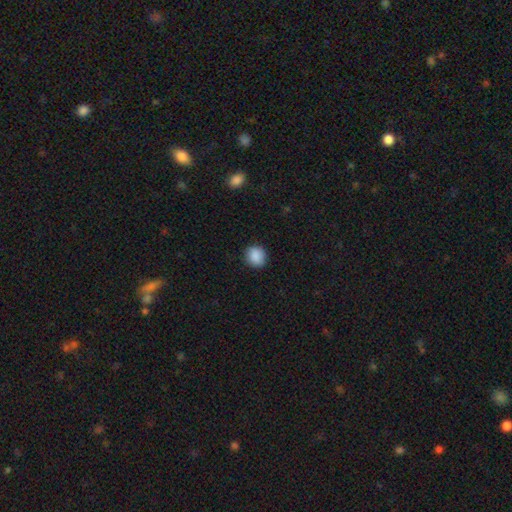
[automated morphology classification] type=smooth (89%); roundness=round (80%); merging=none (87%).